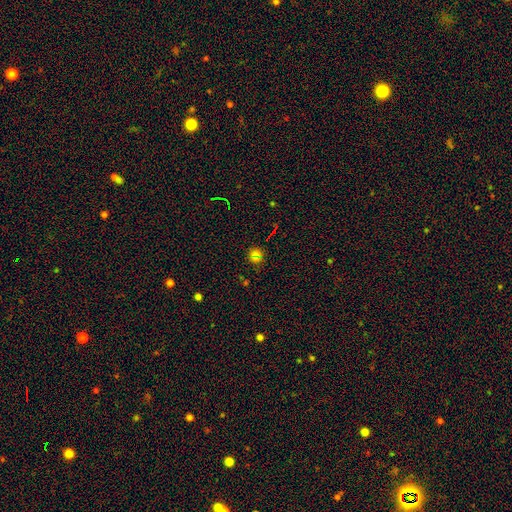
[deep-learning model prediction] smooth_or_featured: smooth (p=0.62) [alt: star or artifact p=0.30]
how_rounded: round (p=0.90) [alt: in between p=0.08]
merging: none (p=0.83) [alt: minor disturbance p=0.09]